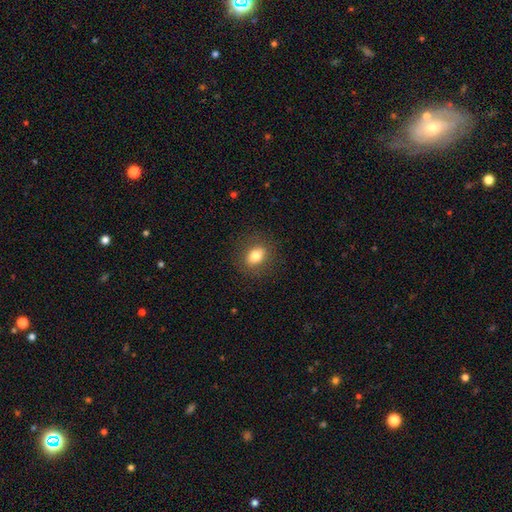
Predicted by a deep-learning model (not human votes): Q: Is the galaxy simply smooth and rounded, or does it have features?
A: smooth — 79%.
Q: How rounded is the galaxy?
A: in between — 58%.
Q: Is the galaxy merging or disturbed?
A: none — 86%.